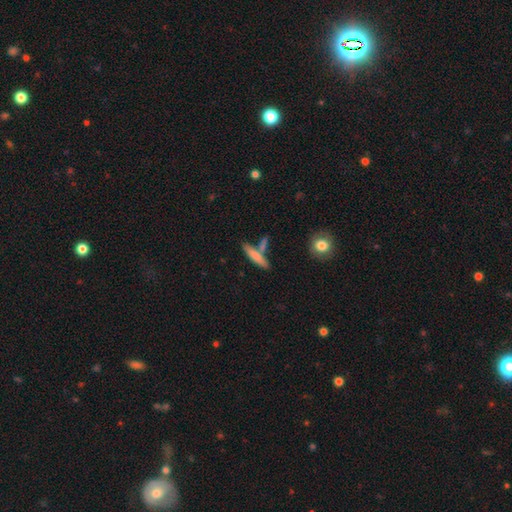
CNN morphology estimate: Overall: smooth (71%). How rounded: cigar-shaped (83%). Merging: none (64%).